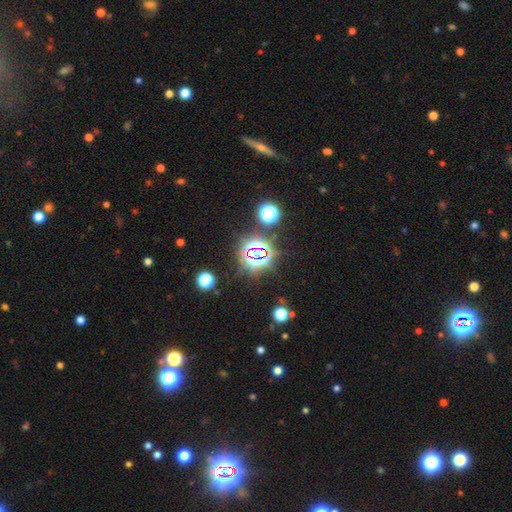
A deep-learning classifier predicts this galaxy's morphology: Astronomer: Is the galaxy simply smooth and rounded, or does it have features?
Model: star or artifact — 74%.